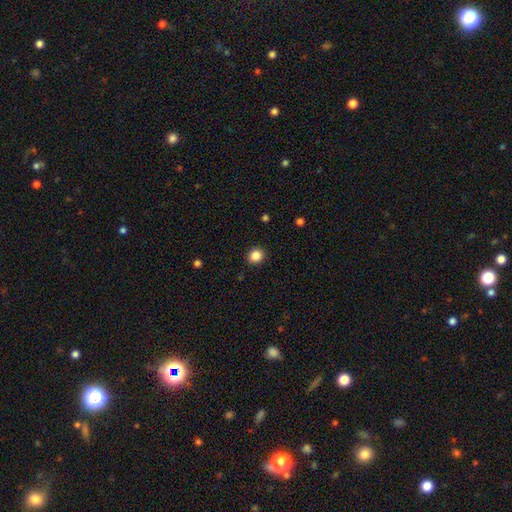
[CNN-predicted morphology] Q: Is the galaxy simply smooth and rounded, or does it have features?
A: smooth — 86%.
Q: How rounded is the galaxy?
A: round — 79%.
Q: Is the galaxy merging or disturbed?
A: none — 91%.